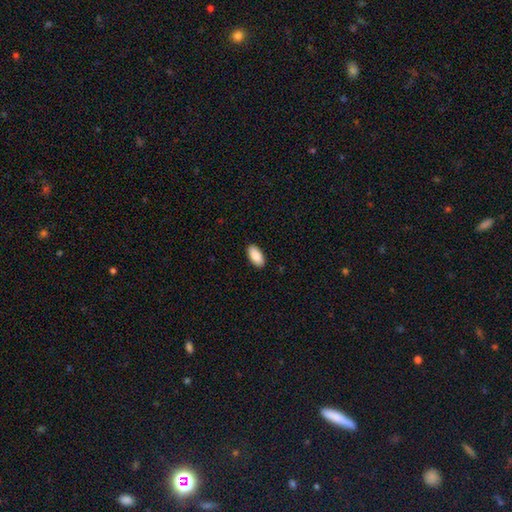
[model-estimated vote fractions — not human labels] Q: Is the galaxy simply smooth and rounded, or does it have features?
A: smooth — 89%.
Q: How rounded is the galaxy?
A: in between — 93%.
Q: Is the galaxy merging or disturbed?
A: none — 91%.